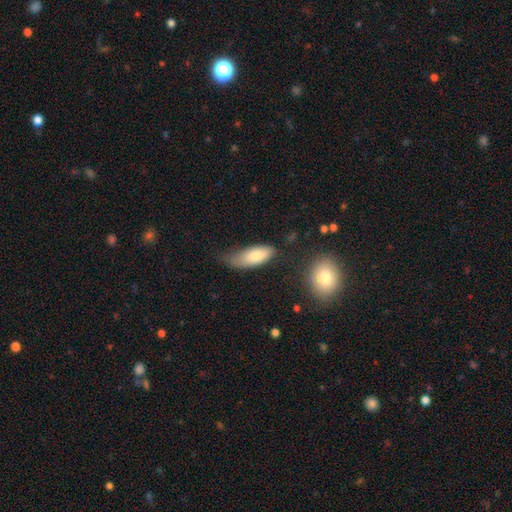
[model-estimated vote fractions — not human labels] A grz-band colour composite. It shows a smooth galaxy with no disk features (79%) that is in between round and cigar-shaped (82%). Merging: minor disturbance (41%).